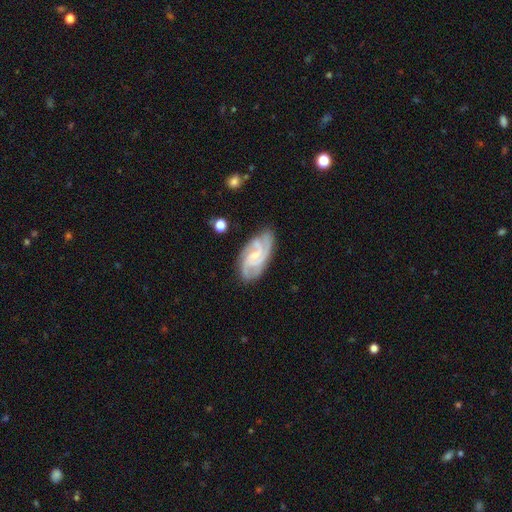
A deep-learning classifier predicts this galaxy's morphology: The model was most divided on "spiral winding": tight: 49%, medium: 41%, loose: 10%. Remaining: spiral arms — yes (97%); edge-on disk — no (96%); smooth or featured — featured or disk (84%); merging — none (76%); bulge size — small (55%); bar — weak (47%); spiral arm count — 3 (42%).